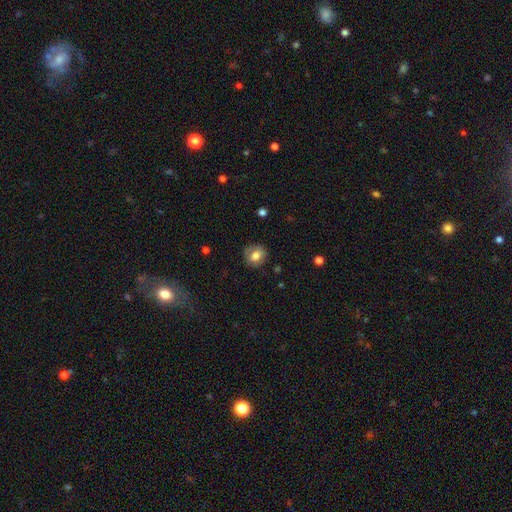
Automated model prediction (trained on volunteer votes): Smooth or featured?
  - smooth: 71% *
  - featured or disk: 20%
  - star or artifact: 9%
How rounded?
  - round: 81% *
  - in between: 19%
  - cigar-shaped: 1%
Merging?
  - none: 81% *
  - minor disturbance: 14%
  - major disturbance: 4%
  - merger: 1%